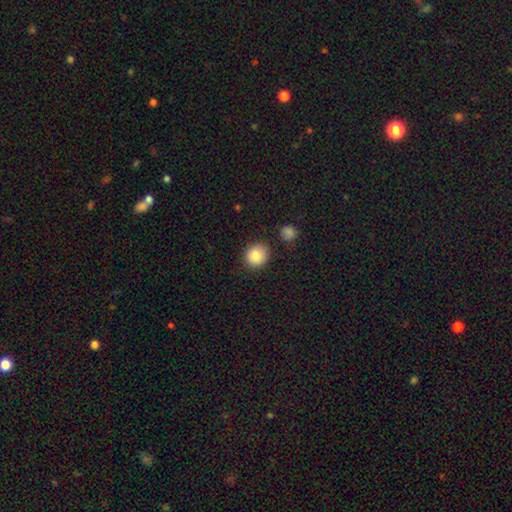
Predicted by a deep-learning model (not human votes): Q: Smooth or featured?
A: smooth (86%); runner-up: star or artifact (9%)
Q: How rounded?
A: round (86%); runner-up: in between (13%)
Q: Merging?
A: none (85%); runner-up: minor disturbance (9%)